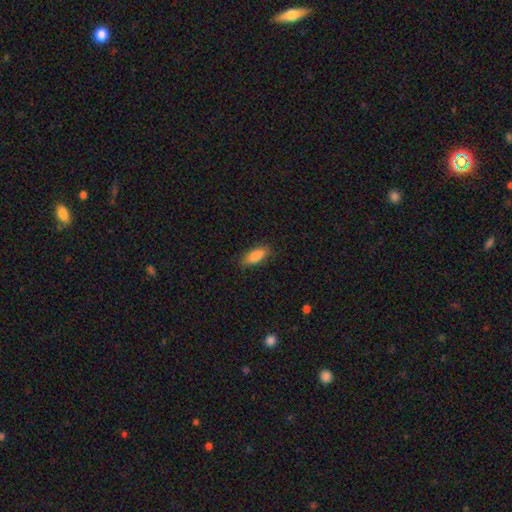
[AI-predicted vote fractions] Smooth or featured? smooth (86%)
How rounded? in between (75%)
Merging? none (84%)